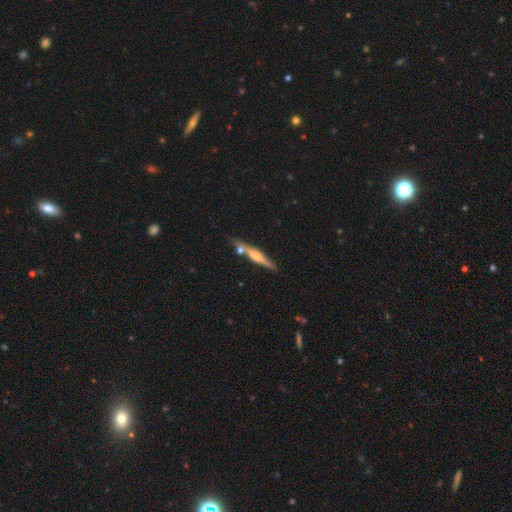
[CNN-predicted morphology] Smooth or featured? Predicted: featured or disk (p=0.53). Edge-on disk? Predicted: yes (p=0.93). Merging? Predicted: none (p=0.68).